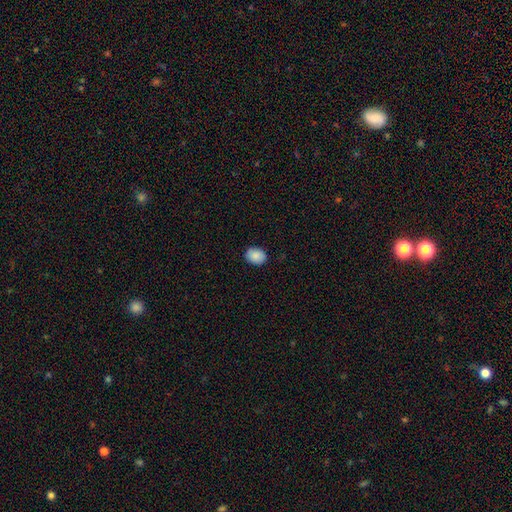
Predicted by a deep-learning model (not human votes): smooth-or-featured: smooth: 89% | star or artifact: 7% | featured or disk: 4%
  how-rounded: in between: 62% | round: 37% | cigar-shaped: 1%
  merging: none: 88% | minor disturbance: 9% | major disturbance: 2% | merger: 1%